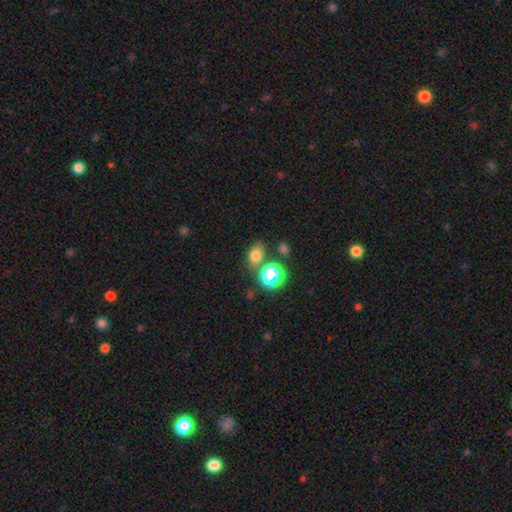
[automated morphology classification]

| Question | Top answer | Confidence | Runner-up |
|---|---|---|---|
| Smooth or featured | smooth | 71% | star or artifact (20%) |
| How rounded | in between | 65% | round (33%) |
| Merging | none | 69% | merger (14%) |